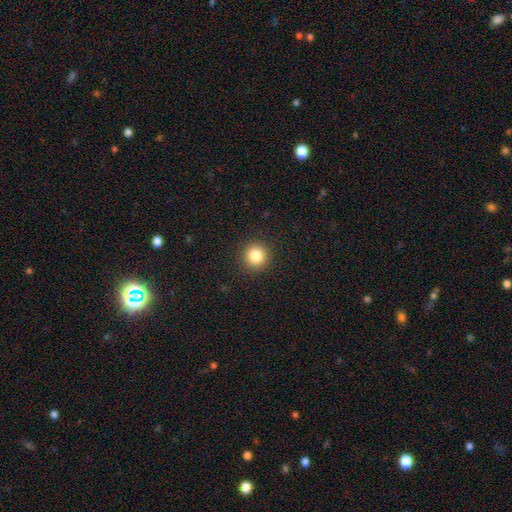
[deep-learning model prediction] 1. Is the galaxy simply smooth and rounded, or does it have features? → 84% smooth, 11% star or artifact, 5% featured or disk.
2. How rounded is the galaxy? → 93% round, 6% in between, 1% cigar-shaped.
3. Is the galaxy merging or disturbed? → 92% none, 5% minor disturbance, 2% major disturbance, 1% merger.